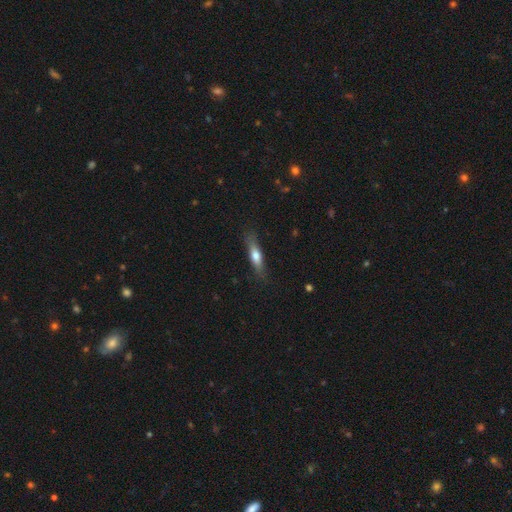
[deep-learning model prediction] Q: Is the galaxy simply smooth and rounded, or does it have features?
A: smooth — 59%.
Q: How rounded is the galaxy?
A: cigar-shaped — 73%.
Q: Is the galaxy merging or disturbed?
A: none — 79%.